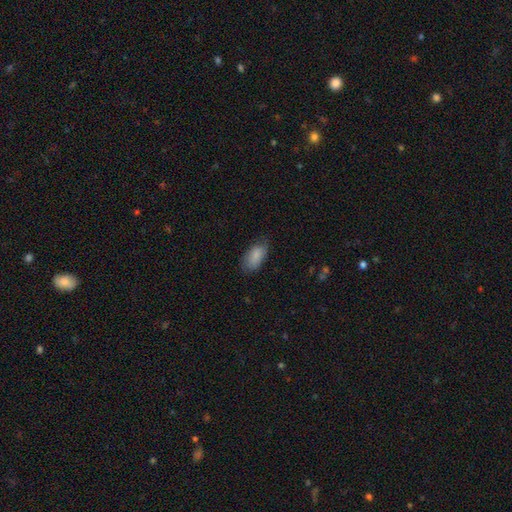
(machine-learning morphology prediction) This is clearly a smooth galaxy (86%). How rounded: clearly in between (93%). Merging: likely none (72%).